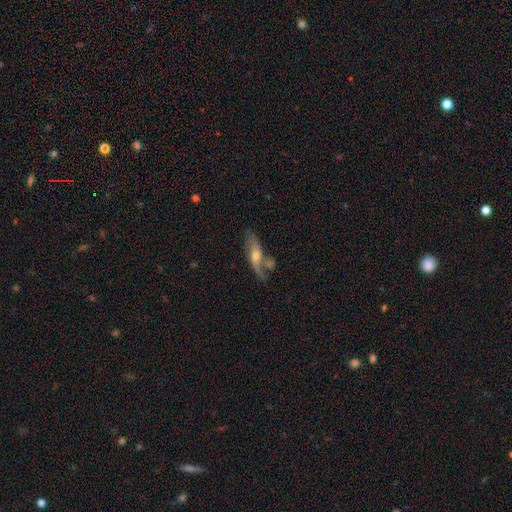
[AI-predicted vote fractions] smooth-or-featured: featured or disk: 62% | smooth: 31% | star or artifact: 7%
  disk-edge-on: no: 63% | yes: 37%
  merging: none: 49% | merger: 20% | minor disturbance: 20% | major disturbance: 11%